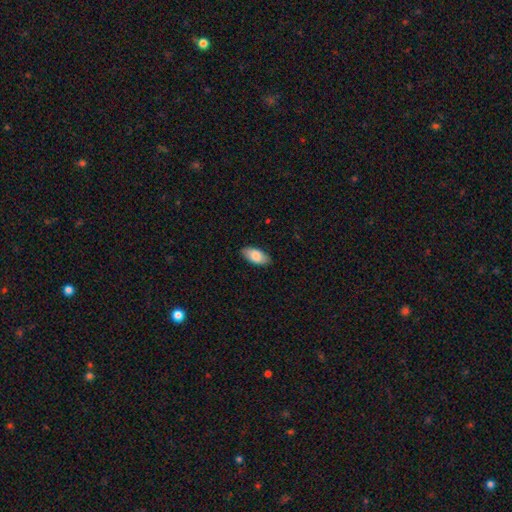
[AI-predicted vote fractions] Smooth or featured? Predicted: smooth (p=0.84). How rounded? Predicted: in between (p=0.93). Merging? Predicted: none (p=0.88).